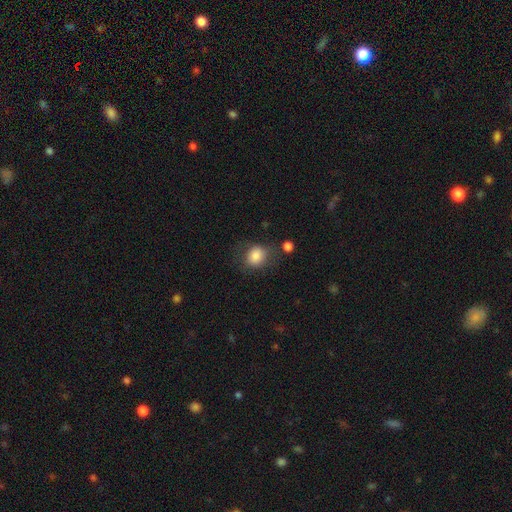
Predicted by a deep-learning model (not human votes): Q: Smooth or featured?
A: smooth (82%); runner-up: featured or disk (9%)
Q: How rounded?
A: round (59%); runner-up: in between (40%)
Q: Merging?
A: none (63%); runner-up: minor disturbance (20%)